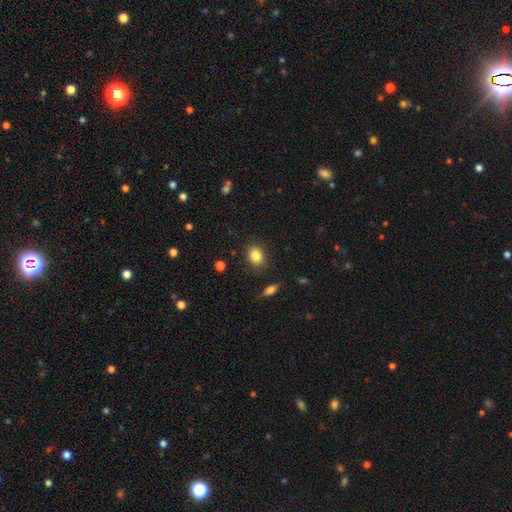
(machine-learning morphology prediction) type=smooth (84%); roundness=in between (53%); merging=none (86%).